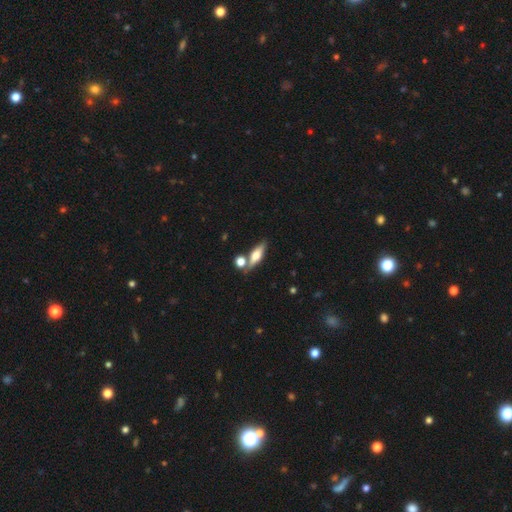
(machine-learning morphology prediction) This is possibly a smooth galaxy (53%). How rounded: possibly cigar-shaped (48%). Merging: likely none (67%).